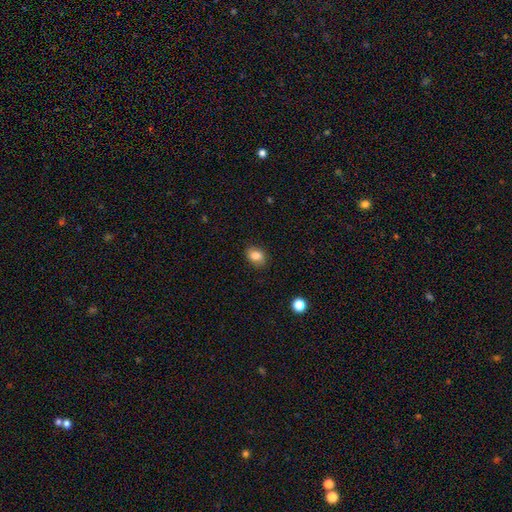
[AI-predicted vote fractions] Morphology: type=smooth (83%); roundness=in between (65%); merging=none (83%).